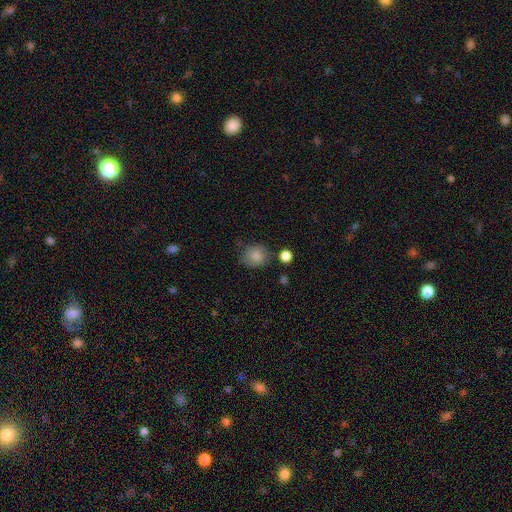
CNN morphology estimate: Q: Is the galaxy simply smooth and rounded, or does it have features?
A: smooth — 84%.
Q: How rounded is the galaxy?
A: round — 72%.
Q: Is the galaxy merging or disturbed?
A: none — 72%.